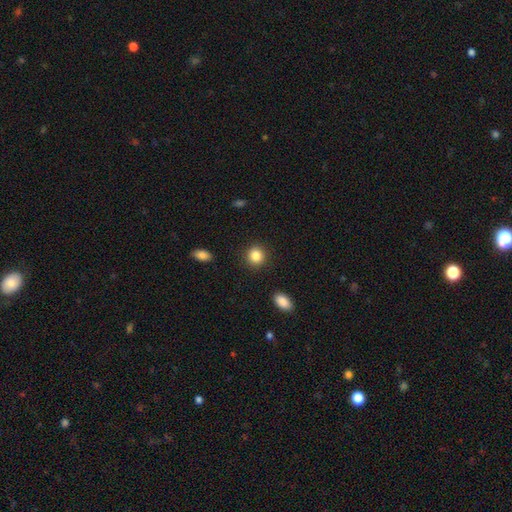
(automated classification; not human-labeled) The model was most divided on "how rounded": round: 87%, in between: 12%, cigar-shaped: 1%. More confident: merging — none (90%); smooth or featured — smooth (86%).